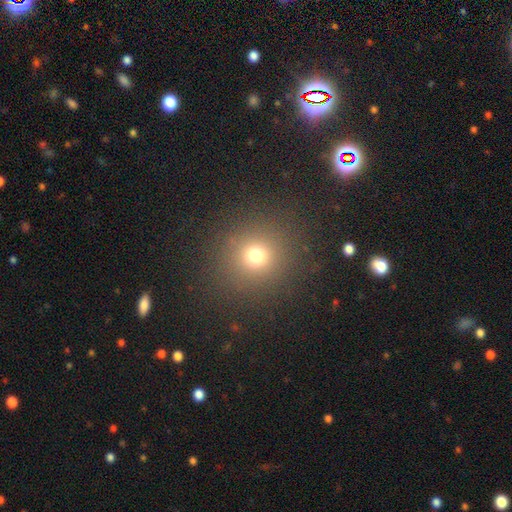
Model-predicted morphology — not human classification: smooth_or_featured: smooth (p=0.70) [alt: star or artifact p=0.21]
how_rounded: round (p=0.90) [alt: in between p=0.09]
merging: none (p=0.87) [alt: minor disturbance p=0.07]